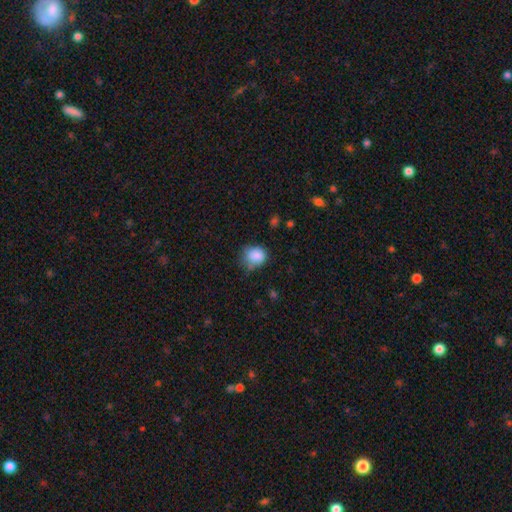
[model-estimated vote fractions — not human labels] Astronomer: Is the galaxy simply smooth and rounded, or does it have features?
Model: smooth — 84%.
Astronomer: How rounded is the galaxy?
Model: round — 67%.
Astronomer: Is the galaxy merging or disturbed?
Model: none — 53% (runner-up: minor disturbance, 33%).